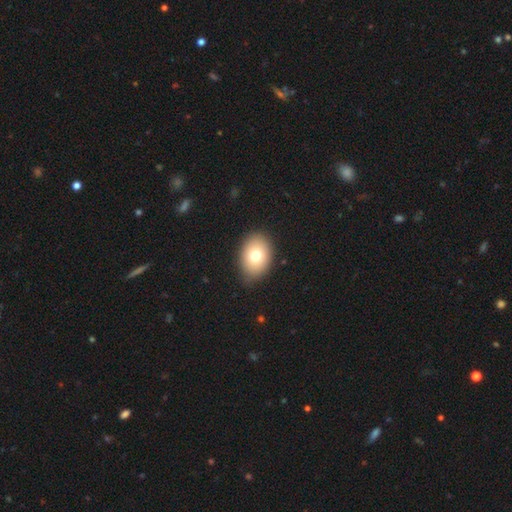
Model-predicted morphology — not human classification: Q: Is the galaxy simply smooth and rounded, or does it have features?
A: smooth — 75%.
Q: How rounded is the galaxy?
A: in between — 73%.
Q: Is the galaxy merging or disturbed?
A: none — 83%.